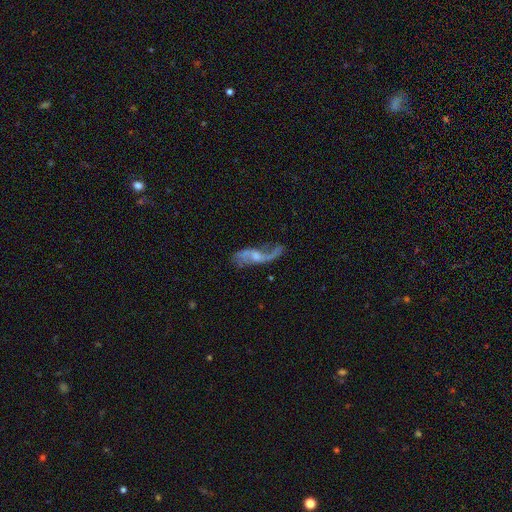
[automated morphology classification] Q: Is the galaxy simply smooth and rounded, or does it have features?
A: featured or disk — 84%.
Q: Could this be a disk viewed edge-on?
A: no — 89%.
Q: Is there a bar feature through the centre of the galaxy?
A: no — 50%.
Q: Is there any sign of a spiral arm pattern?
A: yes — 93%.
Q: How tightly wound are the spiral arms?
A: loose — 85%.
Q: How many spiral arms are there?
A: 2 — 88%.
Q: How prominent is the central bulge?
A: small — 51%.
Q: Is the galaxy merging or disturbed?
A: none — 61%.